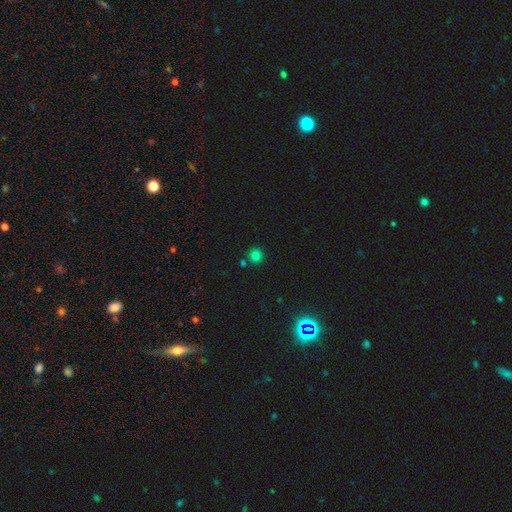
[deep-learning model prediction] The model was most divided on "smooth or featured": smooth: 77%, star or artifact: 17%, featured or disk: 6%. More confident: how rounded — round (93%); merging — none (81%).